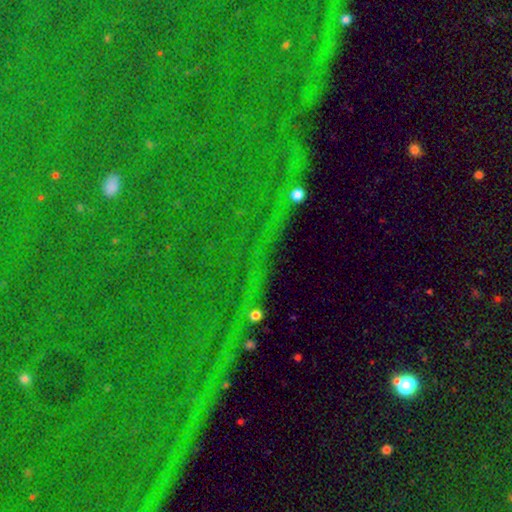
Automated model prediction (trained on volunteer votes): This is clearly a star or artifact rather than a galaxy (84%).